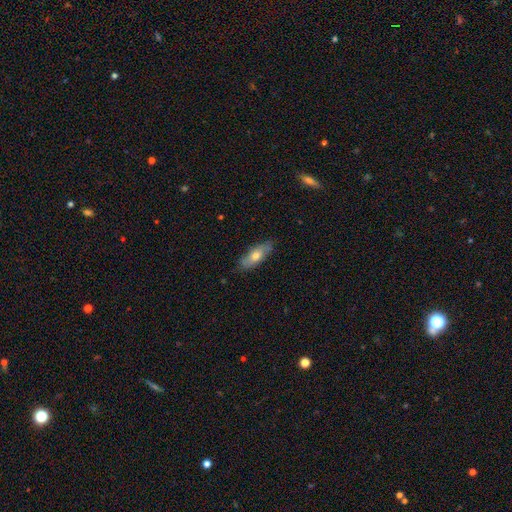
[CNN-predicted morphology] The model was most divided on "smooth or featured": smooth: 64%, featured or disk: 30%, star or artifact: 6%. More confident: merging — none (77%); how rounded — in between (67%).